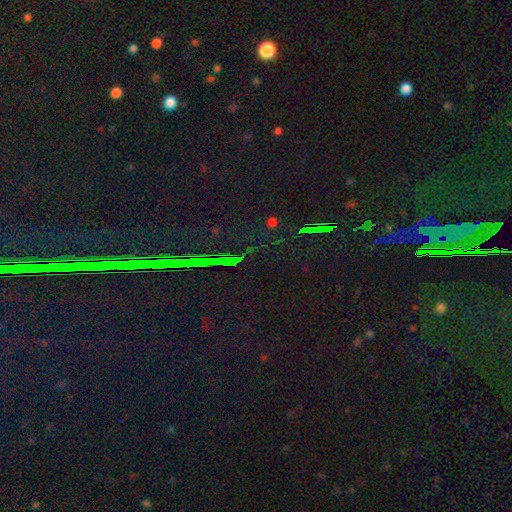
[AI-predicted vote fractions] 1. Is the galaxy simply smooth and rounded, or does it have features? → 86% star or artifact, 7% featured or disk, 7% smooth.